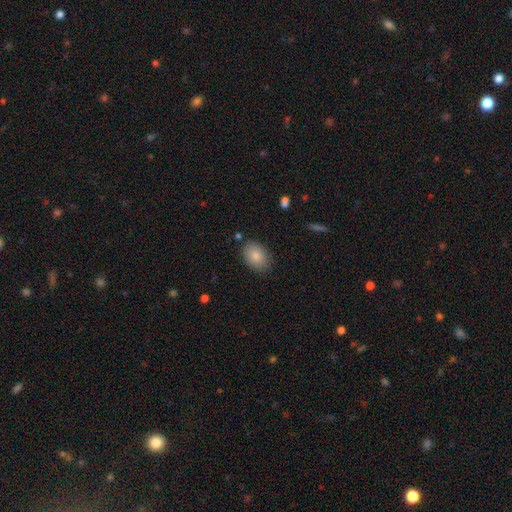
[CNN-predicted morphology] smooth 85%, featured or disk 8%, star or artifact 7%. Down the decision tree: how rounded — in between (80%); merging — none (84%).